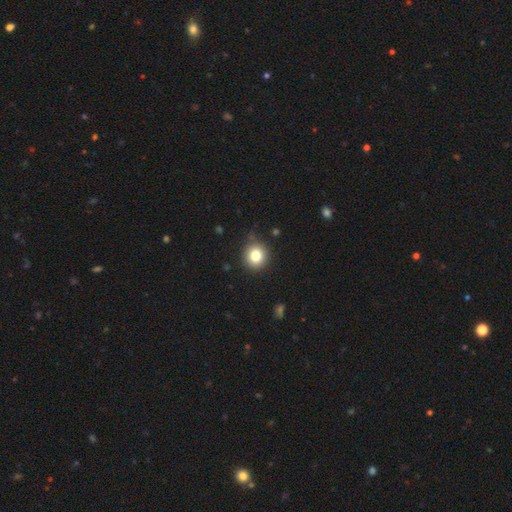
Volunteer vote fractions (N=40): smooth-or-featured: smooth: 82% | star or artifact: 10% | featured or disk: 8%
  how-rounded: round: 97% | in between: 3% | cigar-shaped: 0%
  merging: none: 83% | minor disturbance: 14% | major disturbance: 3% | merger: 0%